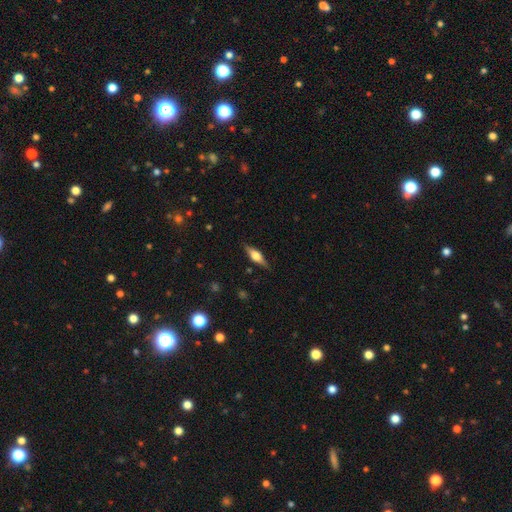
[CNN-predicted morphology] Q: Smooth or featured?
A: featured or disk (57%); runner-up: smooth (36%)
Q: Edge-on disk?
A: yes (94%); runner-up: no (6%)
Q: Edge-on bulge?
A: rounded (89%); runner-up: boxy (10%)
Q: Merging?
A: none (86%); runner-up: minor disturbance (11%)